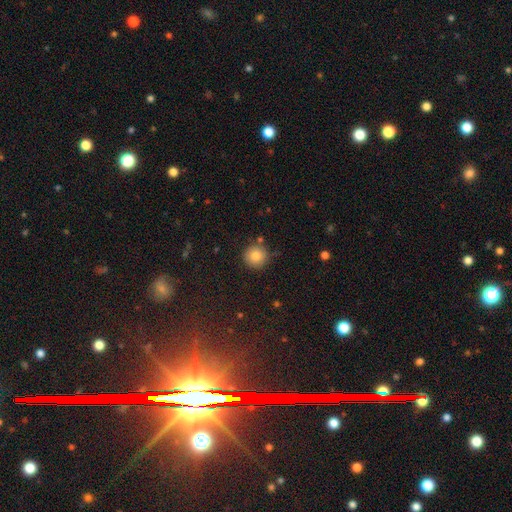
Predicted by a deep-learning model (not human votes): The model was most divided on "smooth or featured": smooth: 84%, star or artifact: 10%, featured or disk: 6%. More confident: how rounded — round (94%); merging — none (84%).